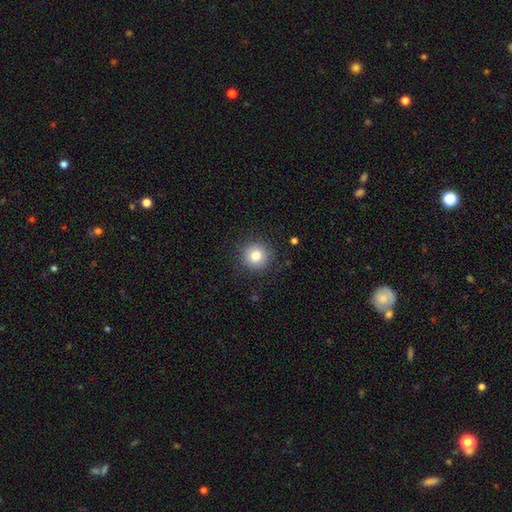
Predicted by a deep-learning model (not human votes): Smooth or featured?
  - smooth: 81% *
  - star or artifact: 11%
  - featured or disk: 8%
How rounded?
  - round: 94% *
  - in between: 5%
  - cigar-shaped: 1%
Merging?
  - none: 88% *
  - minor disturbance: 8%
  - major disturbance: 3%
  - merger: 1%